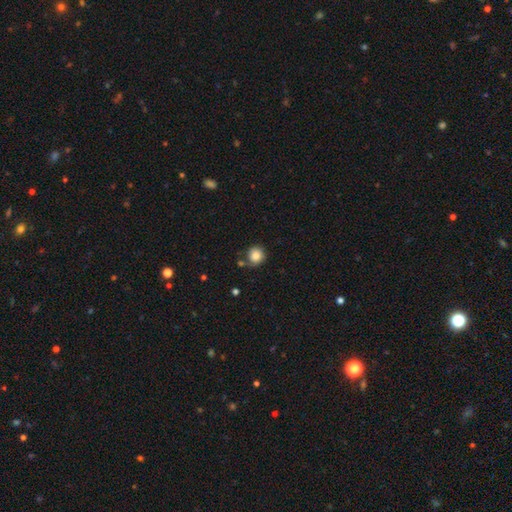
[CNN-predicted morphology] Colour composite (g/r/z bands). It shows a smooth galaxy with no disk features (83%) that is round (88%). Merging: none (64%).